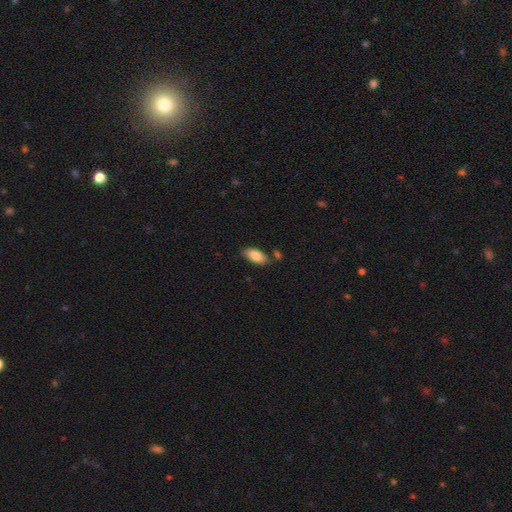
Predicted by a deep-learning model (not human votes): This is clearly a smooth galaxy (84%). How rounded: clearly in between (88%). Merging: likely none (75%).